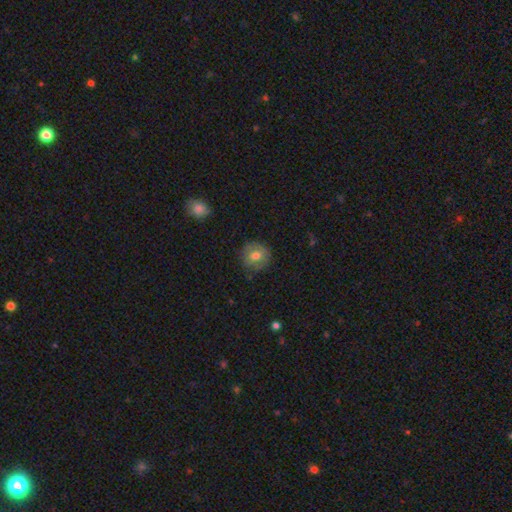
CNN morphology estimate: Smooth or featured?
  - smooth: 70% *
  - featured or disk: 21%
  - star or artifact: 9%
How rounded?
  - round: 90% *
  - in between: 9%
  - cigar-shaped: 1%
Merging?
  - none: 84% *
  - minor disturbance: 12%
  - major disturbance: 3%
  - merger: 1%